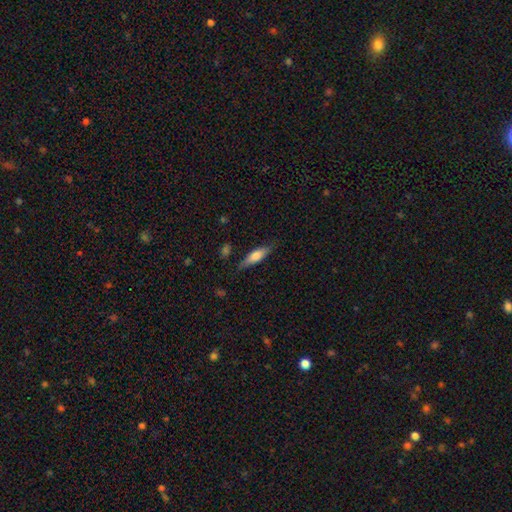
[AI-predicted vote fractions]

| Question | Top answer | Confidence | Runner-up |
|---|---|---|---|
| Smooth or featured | smooth | 61% | featured or disk (33%) |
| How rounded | cigar-shaped | 58% | in between (39%) |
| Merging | none | 80% | minor disturbance (15%) |